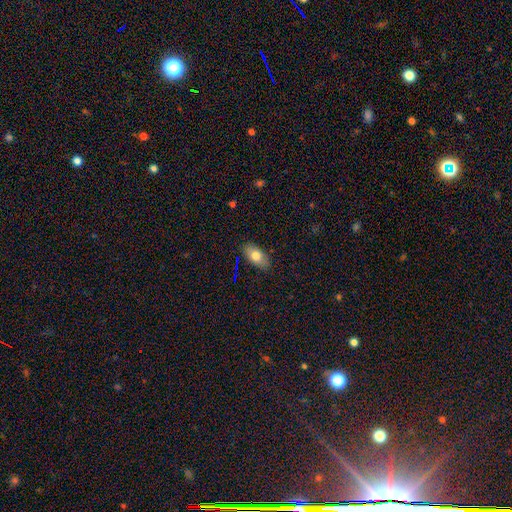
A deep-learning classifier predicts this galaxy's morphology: This appears to be a smooth galaxy with no disk features (77%) that is in between round and cigar-shaped (90%). Merging: none (85%).